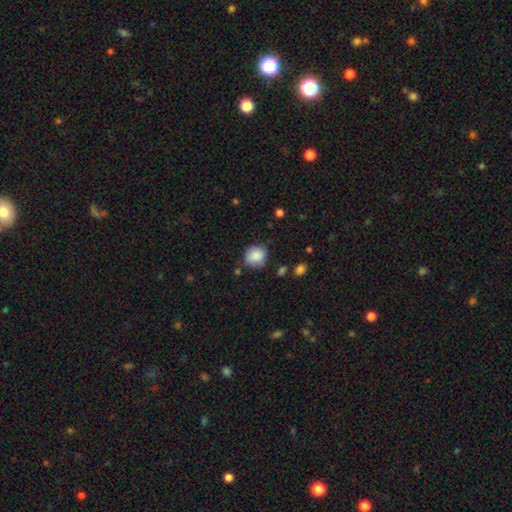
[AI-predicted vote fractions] This appears to be a smooth galaxy with no disk features (87%) that is round (85%). Merging: none (77%).